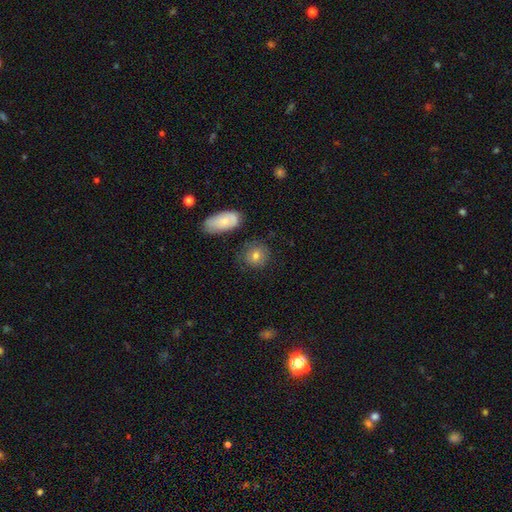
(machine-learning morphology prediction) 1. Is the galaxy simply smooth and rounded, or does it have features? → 76% smooth, 15% featured or disk, 9% star or artifact.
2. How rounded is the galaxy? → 81% round, 18% in between, 1% cigar-shaped.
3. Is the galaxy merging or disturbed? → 76% none, 15% minor disturbance, 5% major disturbance, 4% merger.